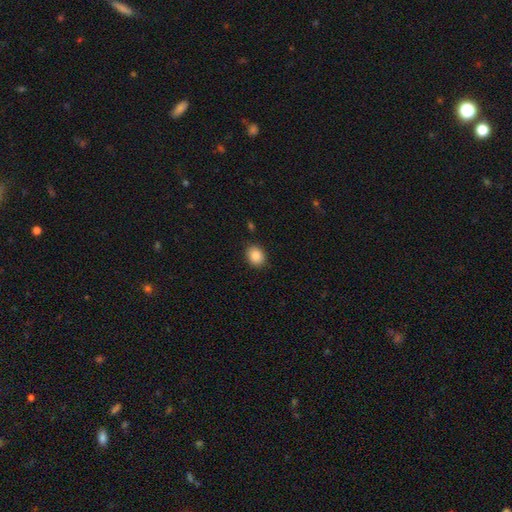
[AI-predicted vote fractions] Smooth or featured? smooth (88%)
How rounded? round (53%)
Merging? none (87%)